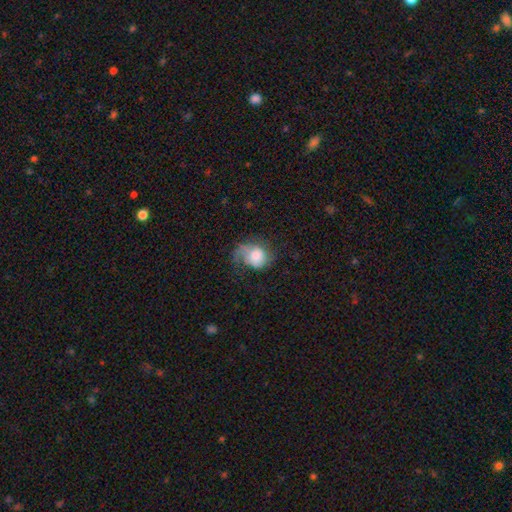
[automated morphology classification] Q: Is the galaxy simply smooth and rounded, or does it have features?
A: smooth — 58%.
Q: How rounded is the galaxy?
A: round — 54%.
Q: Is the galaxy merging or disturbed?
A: major disturbance — 38%.